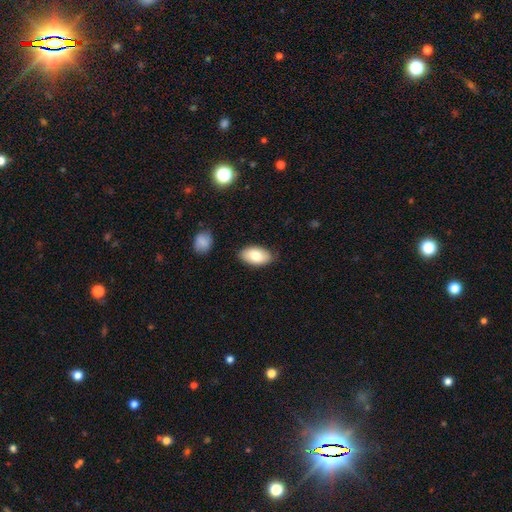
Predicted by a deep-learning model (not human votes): Smooth or featured? Predicted: smooth (p=0.79). How rounded? Predicted: in between (p=0.94). Merging? Predicted: none (p=0.83).